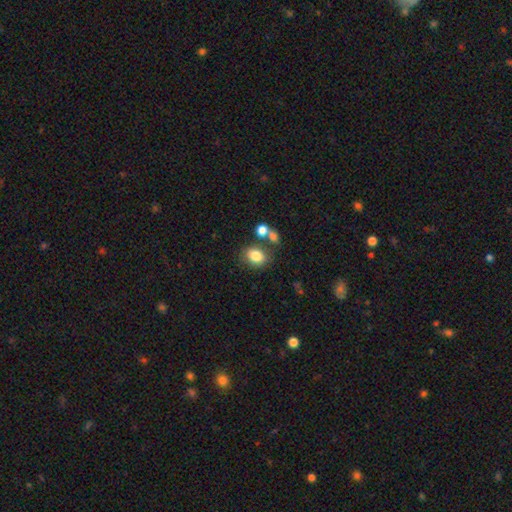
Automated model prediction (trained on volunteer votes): The model was most divided on "how rounded": in between: 56%, round: 42%, cigar-shaped: 1%. More confident: smooth or featured — smooth (82%); merging — none (62%).